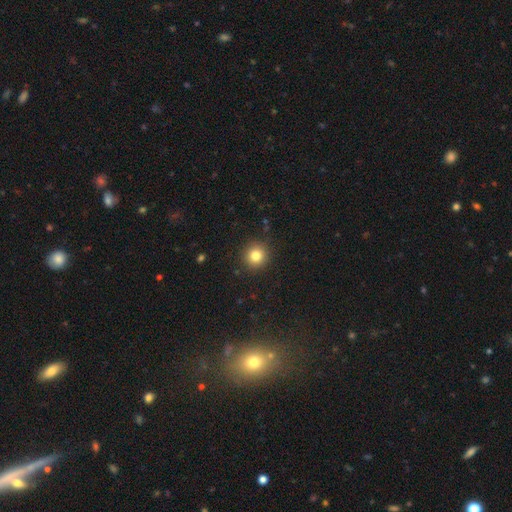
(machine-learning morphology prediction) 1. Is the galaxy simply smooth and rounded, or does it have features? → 82% smooth, 11% star or artifact, 6% featured or disk.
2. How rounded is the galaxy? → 93% round, 6% in between, 1% cigar-shaped.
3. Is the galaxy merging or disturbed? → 90% none, 6% minor disturbance, 2% major disturbance, 1% merger.